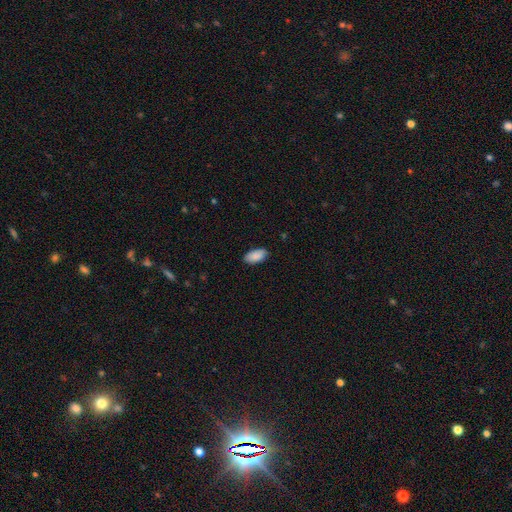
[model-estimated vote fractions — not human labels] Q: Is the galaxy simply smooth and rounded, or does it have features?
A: smooth — 89%.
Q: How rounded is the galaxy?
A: in between — 94%.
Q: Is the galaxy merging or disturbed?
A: none — 85%.